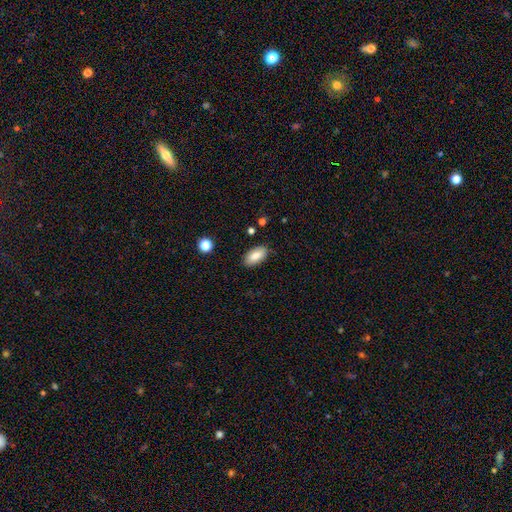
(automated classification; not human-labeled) This is clearly a smooth galaxy (85%). How rounded: clearly in between (93%). Merging: clearly none (86%).